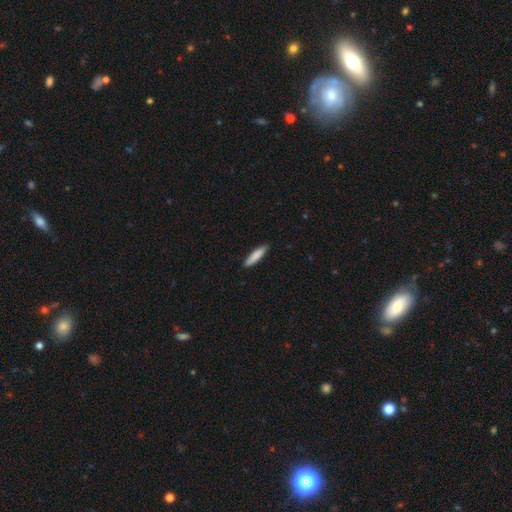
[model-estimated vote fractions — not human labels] A smooth galaxy with no disk features (83%) that is cigar-shaped (81%).

Vote fractions:
- Smooth or featured? smooth: 83% / featured or disk: 12% / star or artifact: 5%
- How rounded? cigar-shaped: 81% / in between: 17% / round: 1%
- Merging? none: 87% / minor disturbance: 10% / major disturbance: 2% / merger: 1%